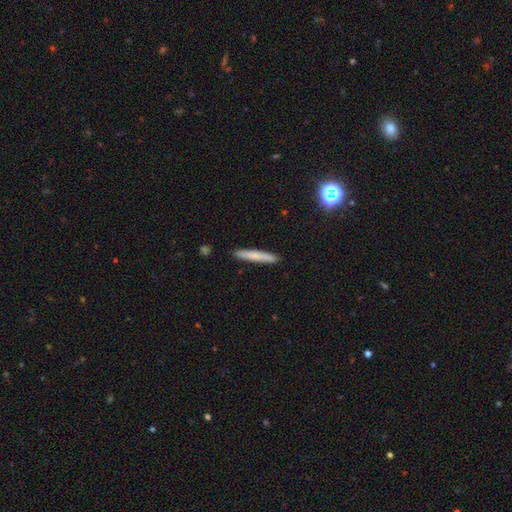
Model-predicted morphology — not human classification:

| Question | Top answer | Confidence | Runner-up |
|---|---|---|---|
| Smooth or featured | smooth | 72% | featured or disk (22%) |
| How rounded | cigar-shaped | 95% | in between (4%) |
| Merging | none | 91% | minor disturbance (7%) |